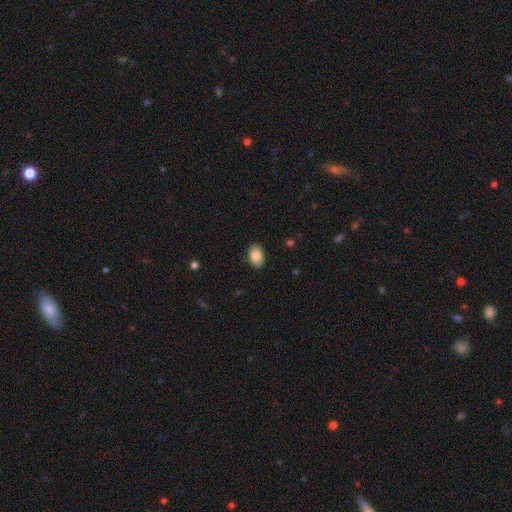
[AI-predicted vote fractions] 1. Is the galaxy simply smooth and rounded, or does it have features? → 81% smooth, 12% featured or disk, 7% star or artifact.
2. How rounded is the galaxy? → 89% in between, 10% round, 1% cigar-shaped.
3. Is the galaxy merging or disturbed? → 88% none, 9% minor disturbance, 2% major disturbance, 1% merger.